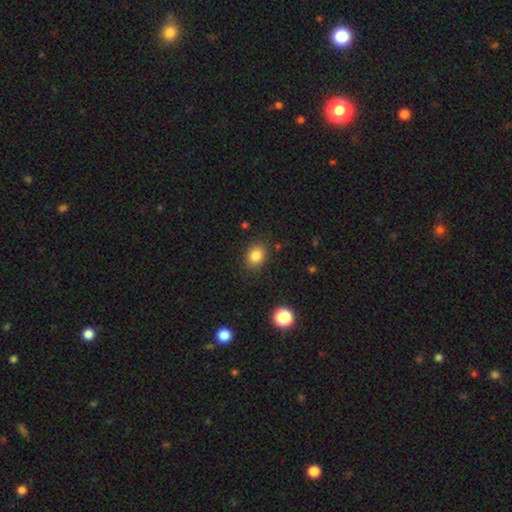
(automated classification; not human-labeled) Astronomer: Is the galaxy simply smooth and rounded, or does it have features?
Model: smooth — 84%.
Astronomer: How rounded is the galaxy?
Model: in between — 53% (runner-up: round, 46%).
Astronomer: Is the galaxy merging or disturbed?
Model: none — 85%.